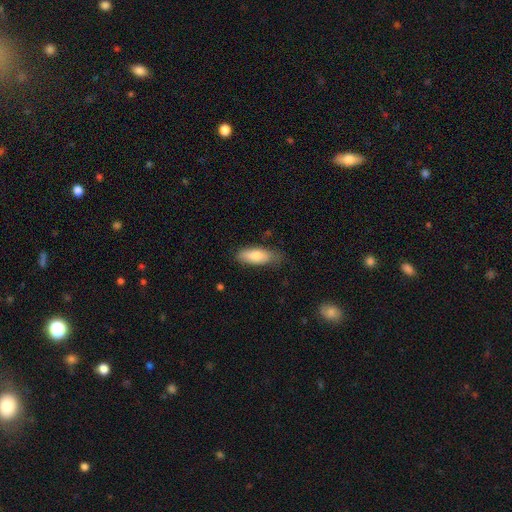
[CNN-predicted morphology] Smooth or featured: smooth — 81% (featured or disk — 13%)
How rounded: in between — 70% (cigar-shaped — 28%)
Merging: none — 69% (minor disturbance — 25%)